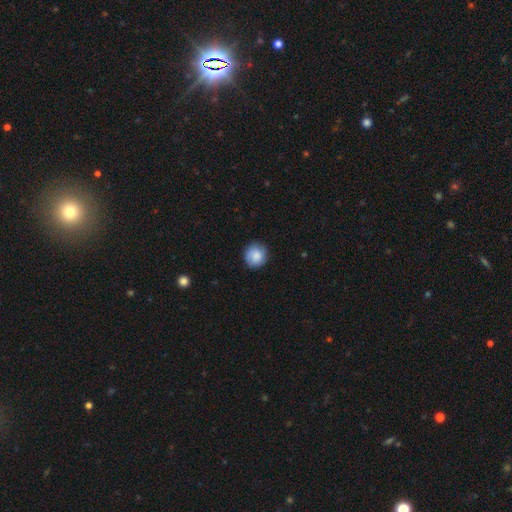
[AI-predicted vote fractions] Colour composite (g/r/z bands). It shows a smooth galaxy with no disk features (84%) that is round (91%). Merging: none (85%).